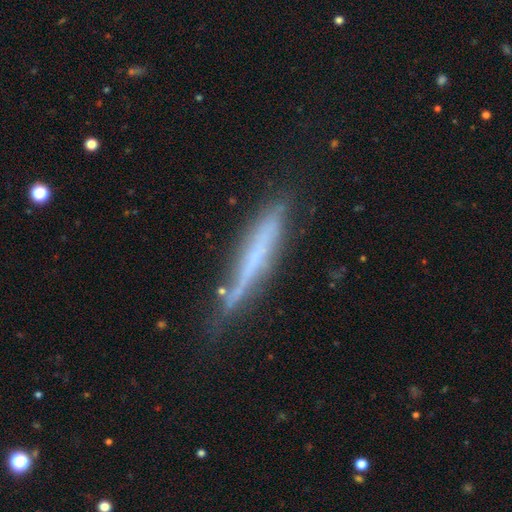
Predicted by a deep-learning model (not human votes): Overall: featured or disk (57%; smooth 35%). Edge-on disk: yes (90%). Edge-on bulge: none (77%). Merging: none (66%).